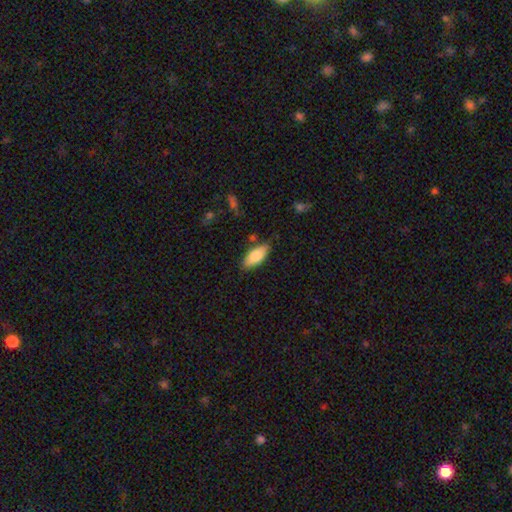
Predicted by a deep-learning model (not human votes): Overall: smooth (82%). How rounded: in between (86%). Merging: none (81%).